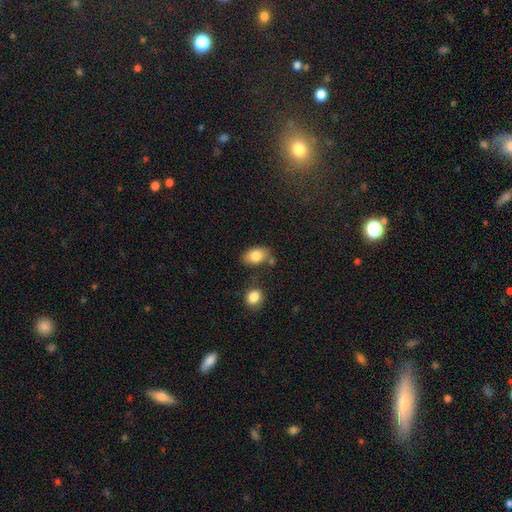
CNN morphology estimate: smooth-or-featured: smooth: 83% | featured or disk: 10% | star or artifact: 8%
  how-rounded: in between: 87% | round: 12% | cigar-shaped: 1%
  merging: none: 69% | minor disturbance: 16% | merger: 11% | major disturbance: 4%